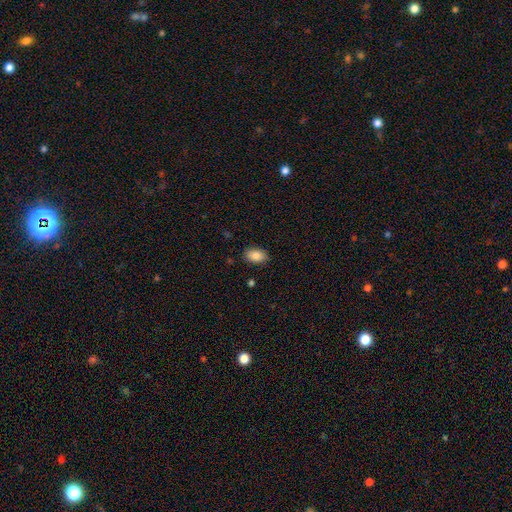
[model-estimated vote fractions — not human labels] Smooth or featured? Predicted: smooth (p=0.86). How rounded? Predicted: in between (p=0.90). Merging? Predicted: none (p=0.86).